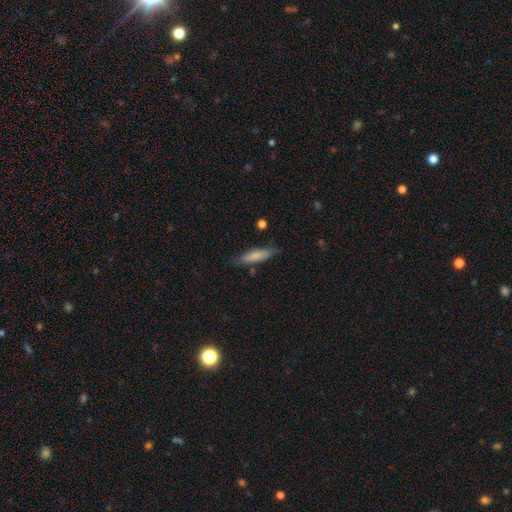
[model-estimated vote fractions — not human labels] Q: Smooth or featured?
A: smooth (74%); runner-up: featured or disk (20%)
Q: How rounded?
A: cigar-shaped (76%); runner-up: in between (23%)
Q: Merging?
A: none (78%); runner-up: minor disturbance (16%)